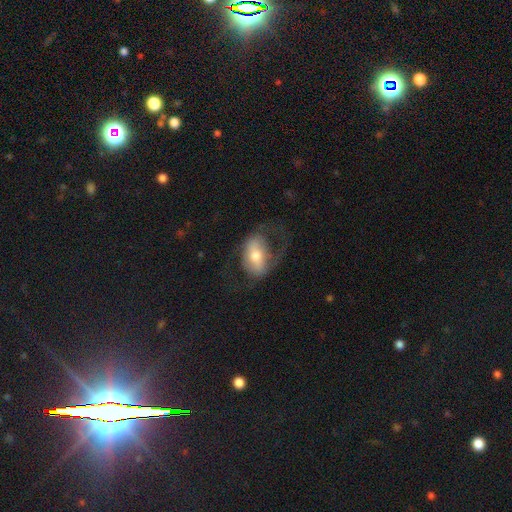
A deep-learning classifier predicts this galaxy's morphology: Overall: featured or disk (53%; smooth 40%). Edge-on disk: no (90%). Merging: none (49%; major disturbance 30%).